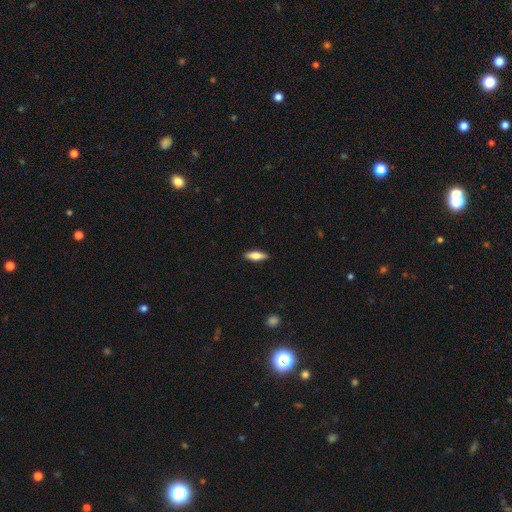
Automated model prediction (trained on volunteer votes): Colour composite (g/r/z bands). It shows a smooth galaxy with no disk features (73%) that is in between round and cigar-shaped (56%). Merging: none (90%).